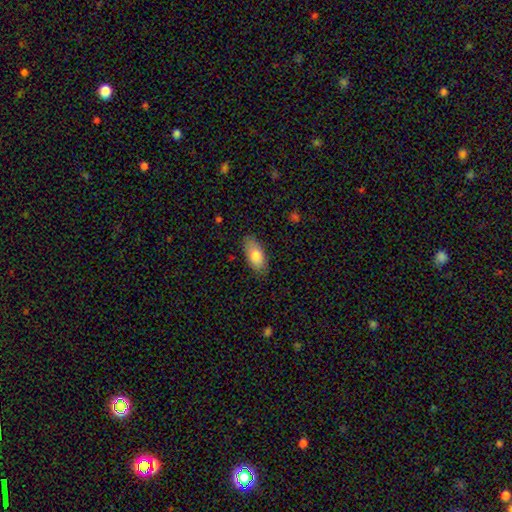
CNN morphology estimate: This is clearly a smooth galaxy (80%). How rounded: clearly in between (89%). Merging: clearly none (83%).